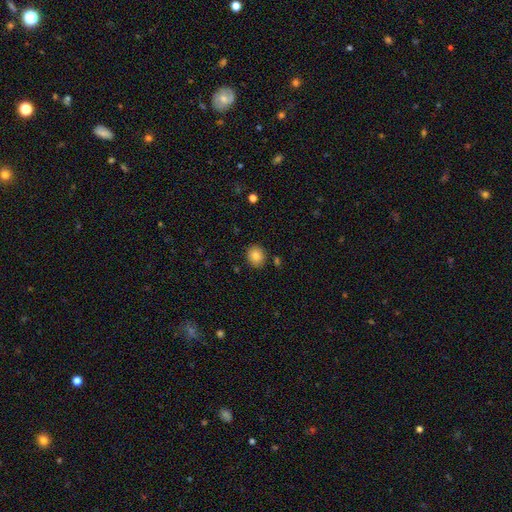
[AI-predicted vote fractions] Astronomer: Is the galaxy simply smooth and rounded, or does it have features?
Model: smooth — 81%.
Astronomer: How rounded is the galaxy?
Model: round — 79%.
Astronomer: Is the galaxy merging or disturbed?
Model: none — 87%.